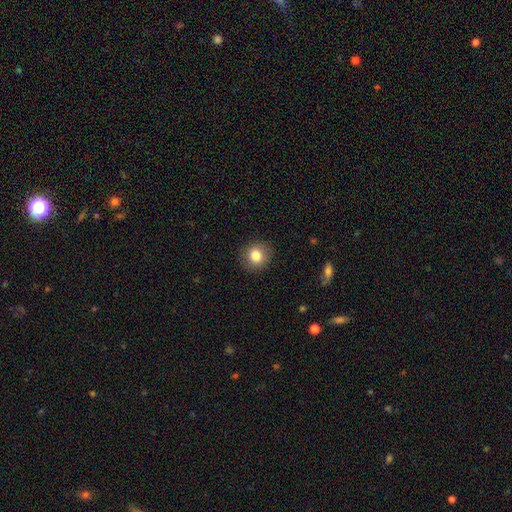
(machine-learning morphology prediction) Smooth or featured? smooth (82%)
How rounded? round (85%)
Merging? none (89%)